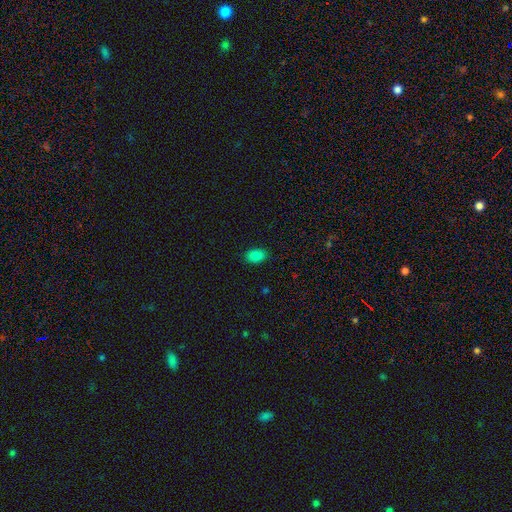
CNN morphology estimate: smooth 85%, star or artifact 11%, featured or disk 4%. Down the decision tree: how rounded — in between (86%); merging — none (86%).